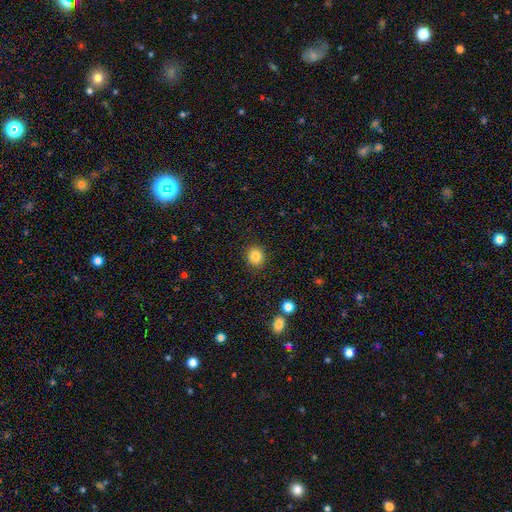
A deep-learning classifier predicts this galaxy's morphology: smooth 85%, star or artifact 10%, featured or disk 5%. Down the decision tree: how rounded — round (85%); merging — none (89%).